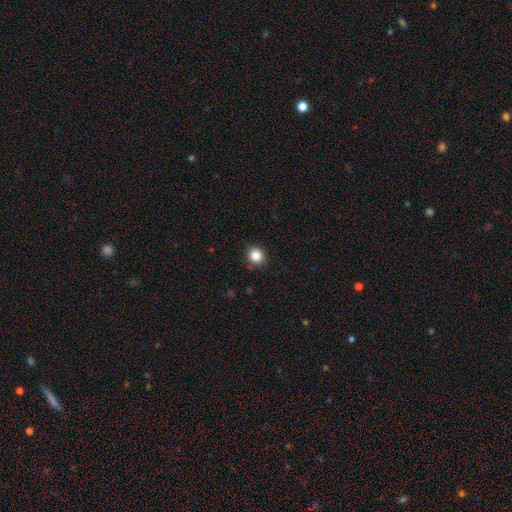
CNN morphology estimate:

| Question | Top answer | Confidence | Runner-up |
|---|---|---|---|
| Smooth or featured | smooth | 86% | star or artifact (11%) |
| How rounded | round | 87% | in between (13%) |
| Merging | none | 89% | minor disturbance (8%) |